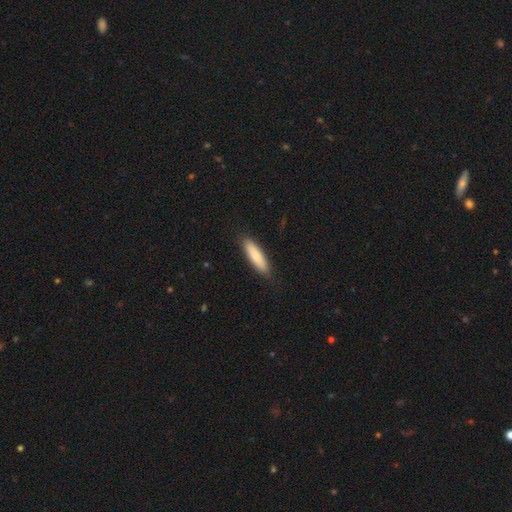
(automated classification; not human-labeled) A smooth galaxy with no disk features (84%) that is cigar-shaped (69%).

Vote fractions:
- Smooth or featured? smooth: 84% / featured or disk: 11% / star or artifact: 5%
- How rounded? cigar-shaped: 69% / in between: 30% / round: 1%
- Merging? none: 88% / minor disturbance: 9% / major disturbance: 2% / merger: 1%